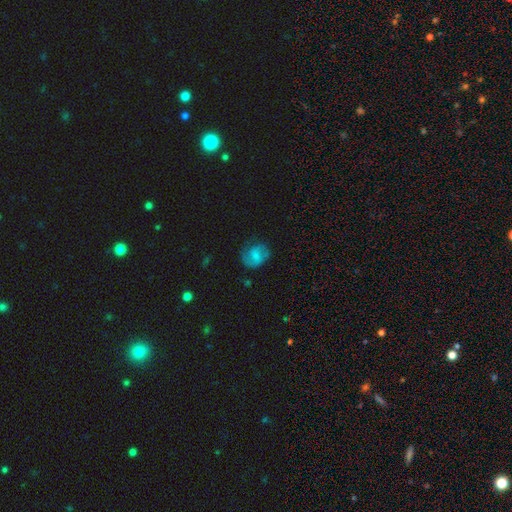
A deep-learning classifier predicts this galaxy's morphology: Q: Smooth or featured?
A: featured or disk (53%); runner-up: smooth (39%)
Q: Edge-on disk?
A: no (97%); runner-up: yes (3%)
Q: Bar?
A: no (46%); runner-up: weak (44%)
Q: Spiral arms?
A: yes (87%); runner-up: no (13%)
Q: Bulge size?
A: small (38%); runner-up: none (29%)
Q: Merging?
A: none (66%); runner-up: minor disturbance (22%)